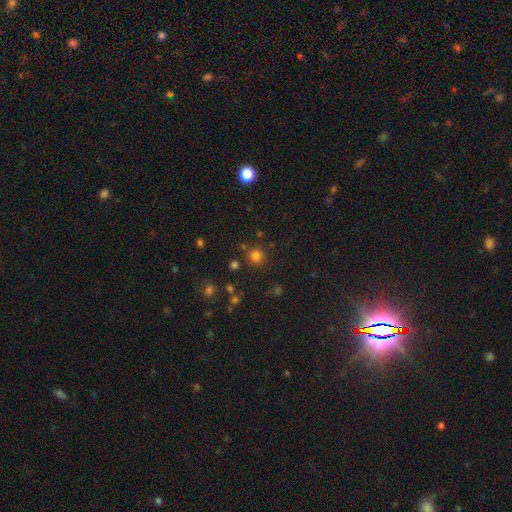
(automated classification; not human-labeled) A smooth galaxy with no disk features (77%) that is round (93%). Merging: none (83%).